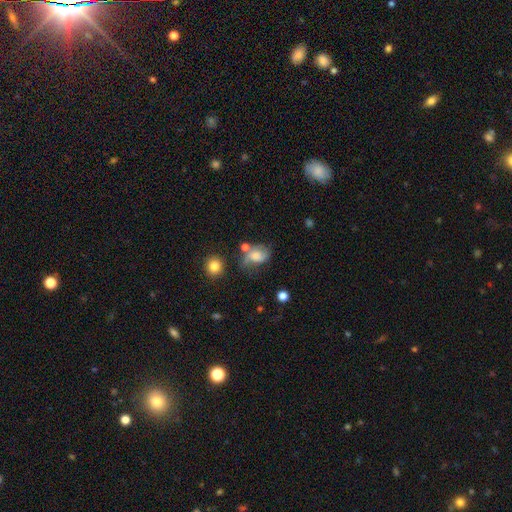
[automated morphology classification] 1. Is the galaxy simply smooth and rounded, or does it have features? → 47% smooth, 41% featured or disk, 11% star or artifact.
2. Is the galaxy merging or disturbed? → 39% none, 28% minor disturbance, 20% major disturbance, 13% merger.